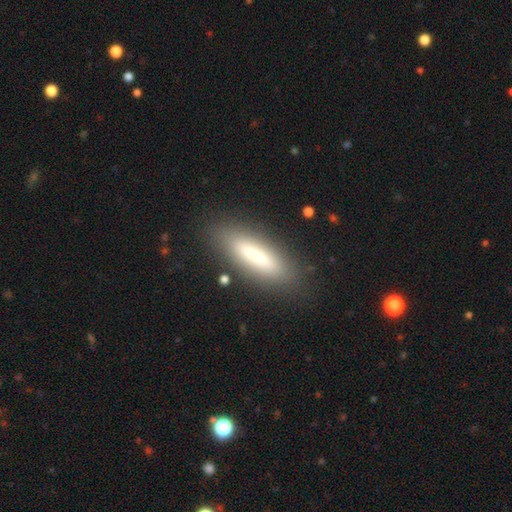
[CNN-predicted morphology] smooth_or_featured: smooth (p=0.75) [alt: featured or disk p=0.17]
how_rounded: cigar-shaped (p=0.58) [alt: in between p=0.40]
merging: none (p=0.85) [alt: minor disturbance p=0.10]